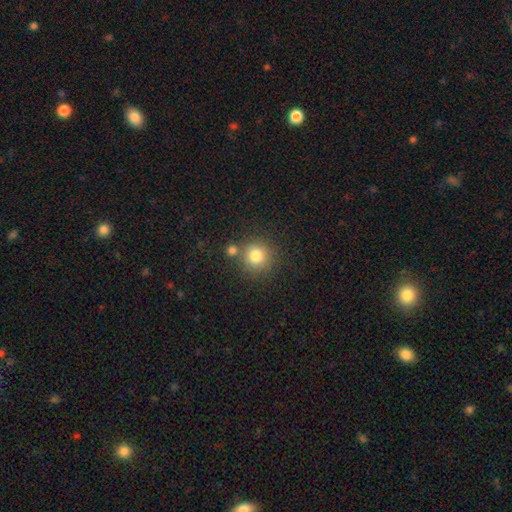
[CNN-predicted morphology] smooth 80%, star or artifact 12%, featured or disk 8%. Down the decision tree: how rounded — round (92%); merging — none (71%).